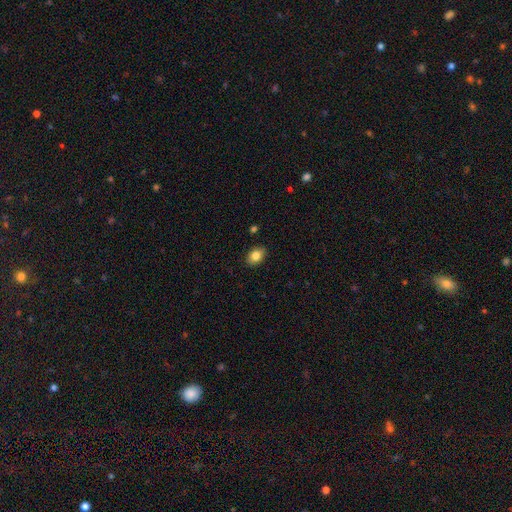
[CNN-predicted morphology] Overall: smooth (84%). How rounded: in between (77%). Merging: none (88%).